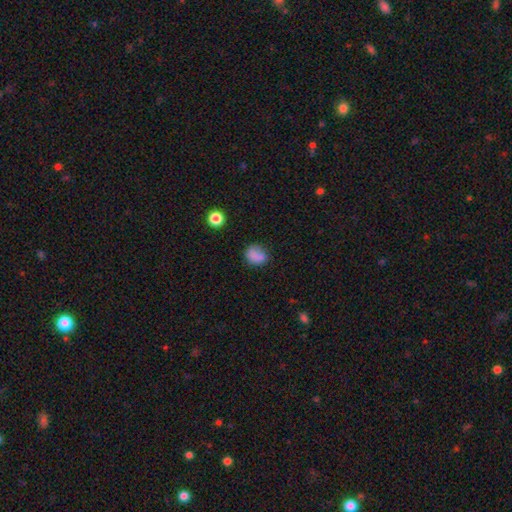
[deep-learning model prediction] A smooth galaxy with no disk features (79%) that is round (57%).

Vote fractions:
- Smooth or featured? smooth: 79% / star or artifact: 11% / featured or disk: 9%
- How rounded? round: 57% / in between: 42% / cigar-shaped: 1%
- Merging? none: 62% / minor disturbance: 23% / major disturbance: 9% / merger: 5%